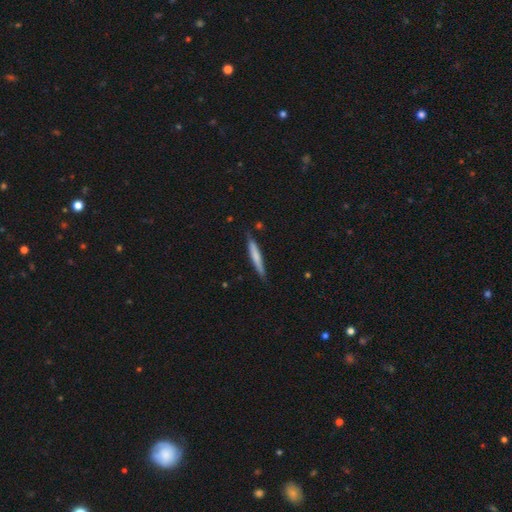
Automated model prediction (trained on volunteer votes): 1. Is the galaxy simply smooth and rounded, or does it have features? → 65% smooth, 30% featured or disk, 5% star or artifact.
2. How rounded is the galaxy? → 95% cigar-shaped, 4% in between, 1% round.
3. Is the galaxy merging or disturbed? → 84% none, 13% minor disturbance, 2% major disturbance, 2% merger.